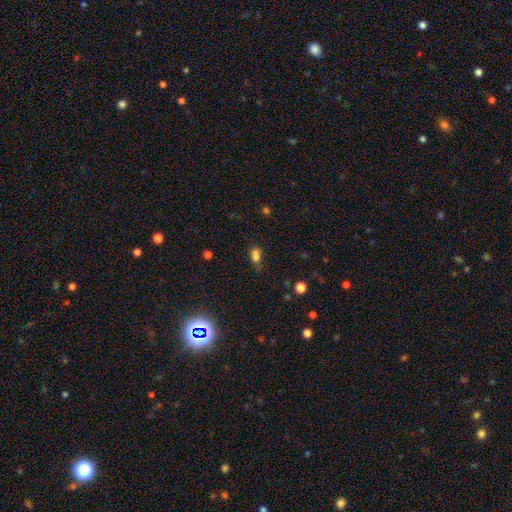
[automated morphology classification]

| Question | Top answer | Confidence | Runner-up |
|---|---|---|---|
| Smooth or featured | smooth | 70% | star or artifact (19%) |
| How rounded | in between | 65% | round (30%) |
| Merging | merger | 42% | none (34%) |